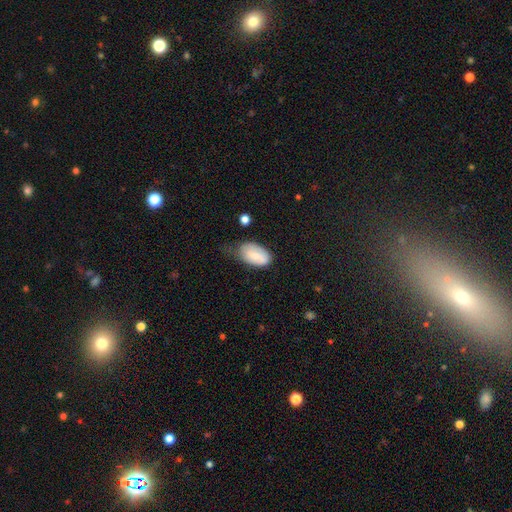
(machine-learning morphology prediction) This is likely a smooth galaxy (80%). How rounded: clearly in between (94%). Merging: marginally minor disturbance (43%).